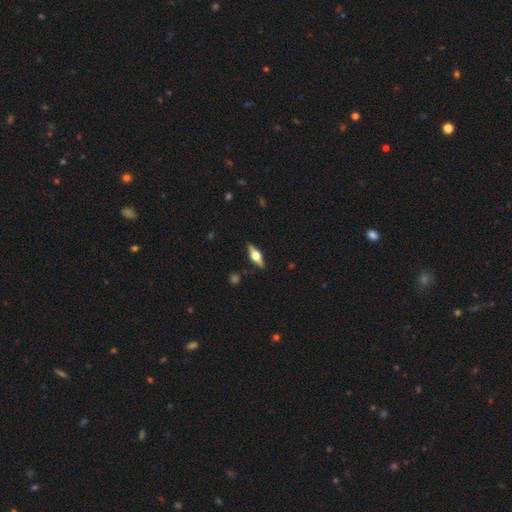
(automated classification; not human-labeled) Overall: featured or disk (68%). Edge-on disk: yes (96%). Edge-on bulge: rounded (94%). Merging: none (89%).